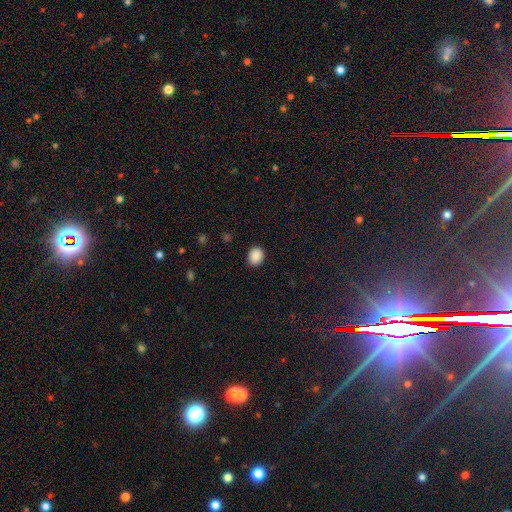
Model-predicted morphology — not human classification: smooth-or-featured: smooth: 89% | star or artifact: 8% | featured or disk: 3%
  how-rounded: in between: 56% | round: 43% | cigar-shaped: 1%
  merging: none: 88% | minor disturbance: 8% | major disturbance: 2% | merger: 1%